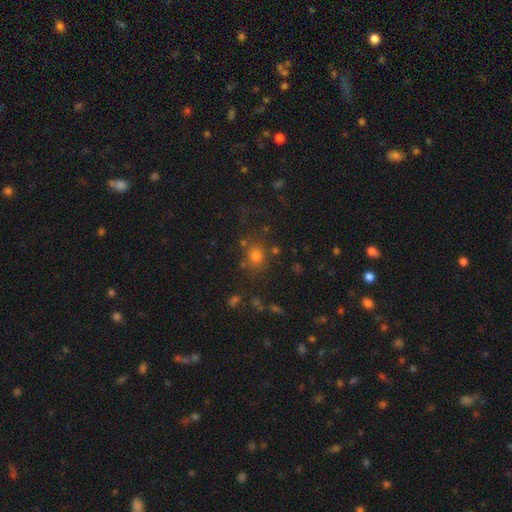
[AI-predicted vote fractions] This appears to be a smooth galaxy with no disk features (71%) that is round (74%). Merging: none (73%).